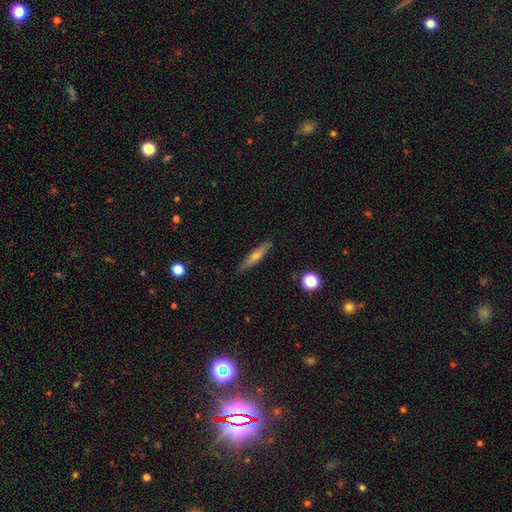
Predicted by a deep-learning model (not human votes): smooth_or_featured: smooth (p=0.50) [alt: featured or disk p=0.43]
merging: none (p=0.88) [alt: minor disturbance p=0.09]